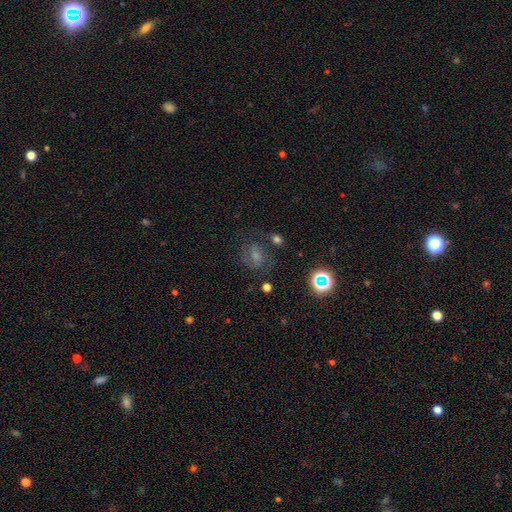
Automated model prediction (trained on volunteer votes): Q: Smooth or featured?
A: featured or disk (47%); runner-up: star or artifact (29%)
Q: Merging?
A: none (72%); runner-up: minor disturbance (15%)